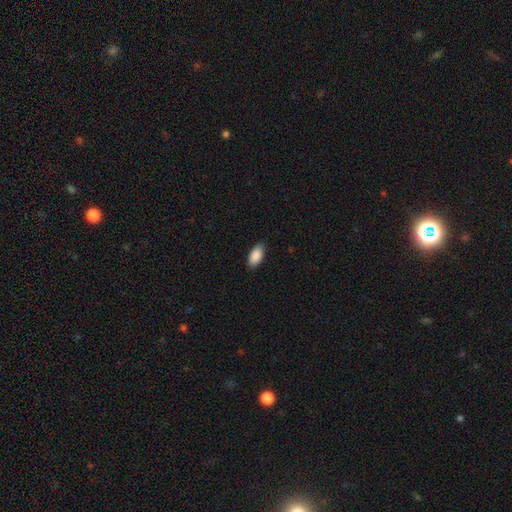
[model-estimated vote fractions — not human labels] The model was most divided on "merging": none: 85%, minor disturbance: 12%, major disturbance: 2%, merger: 1%. More confident: how rounded — in between (93%); smooth or featured — smooth (90%).